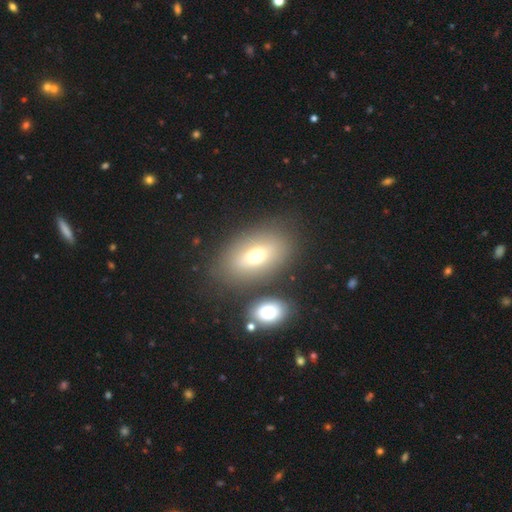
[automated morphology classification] This appears to be a smooth galaxy with no disk features (68%) that is in between round and cigar-shaped (87%). Merging: none (73%).